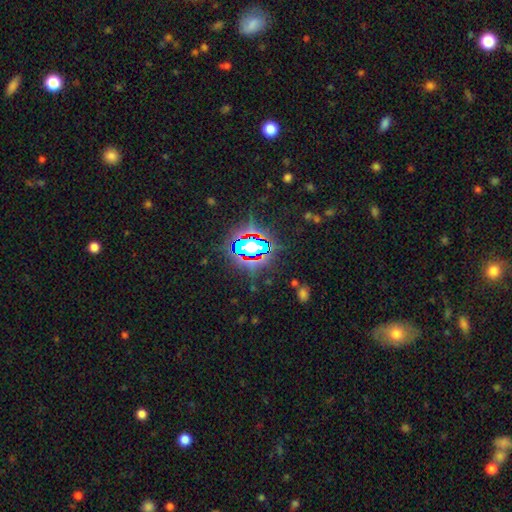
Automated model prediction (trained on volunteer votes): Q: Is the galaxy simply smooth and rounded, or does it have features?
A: star or artifact — 79%.